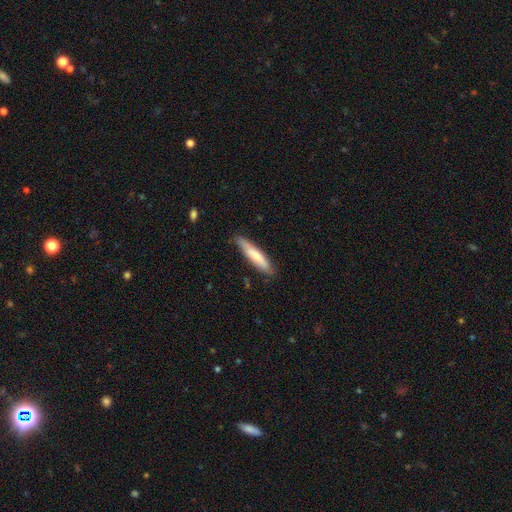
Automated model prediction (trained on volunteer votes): Smooth or featured? smooth (65%)
How rounded? cigar-shaped (82%)
Merging? none (81%)